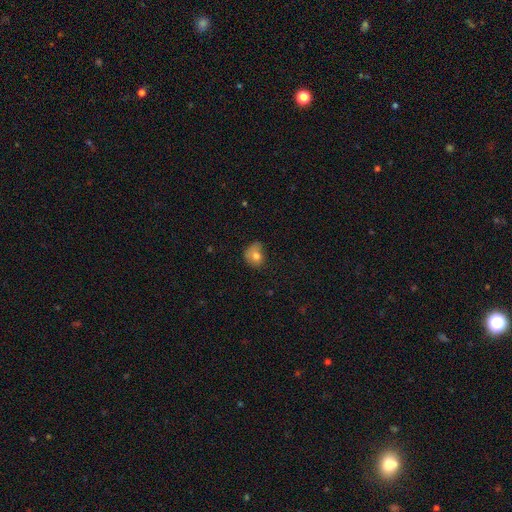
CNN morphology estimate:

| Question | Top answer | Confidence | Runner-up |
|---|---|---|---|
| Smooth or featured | smooth | 74% | featured or disk (15%) |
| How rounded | round | 60% | in between (39%) |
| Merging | none | 38% | tied: minor disturbance (38%) |